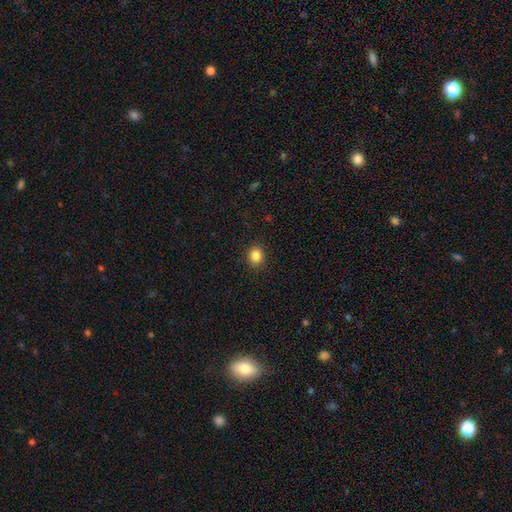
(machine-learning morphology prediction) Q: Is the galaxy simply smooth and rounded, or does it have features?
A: smooth — 85%.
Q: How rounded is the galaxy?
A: round — 73%.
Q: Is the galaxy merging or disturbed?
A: none — 91%.